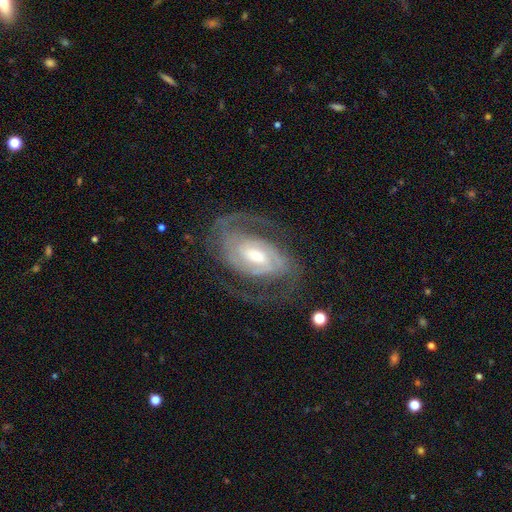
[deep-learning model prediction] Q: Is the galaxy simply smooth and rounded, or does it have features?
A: featured or disk — 90%.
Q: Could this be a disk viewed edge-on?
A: no — 97%.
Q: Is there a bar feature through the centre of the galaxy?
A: weak — 49%.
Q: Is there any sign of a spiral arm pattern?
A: yes — 97%.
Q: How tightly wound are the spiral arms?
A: tight — 49%.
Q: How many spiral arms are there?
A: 2 — 73%.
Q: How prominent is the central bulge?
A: moderate — 52%.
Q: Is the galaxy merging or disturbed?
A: none — 70%.